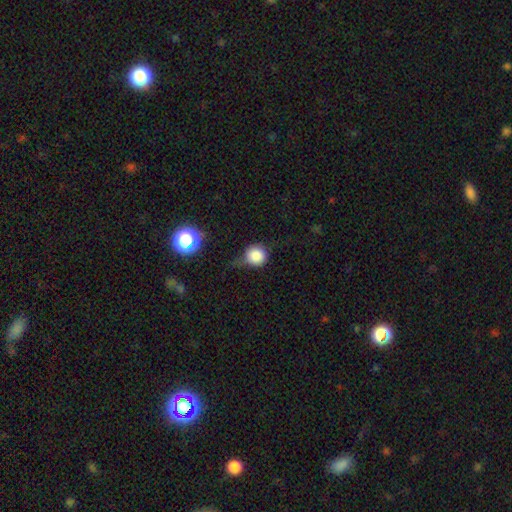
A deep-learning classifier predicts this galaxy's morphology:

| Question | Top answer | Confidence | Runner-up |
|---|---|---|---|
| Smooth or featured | smooth | 82% | star or artifact (11%) |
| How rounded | round | 90% | in between (8%) |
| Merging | none | 51% | minor disturbance (32%) |